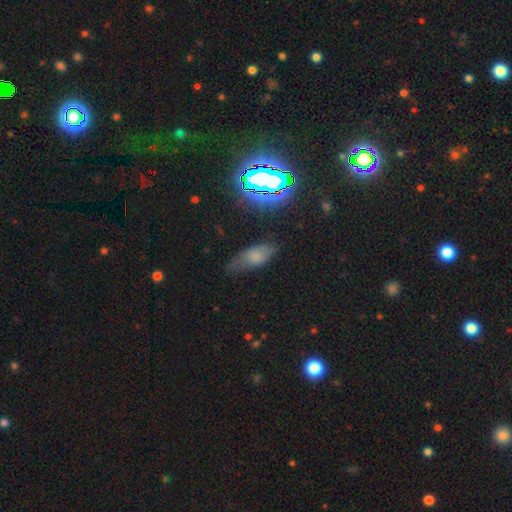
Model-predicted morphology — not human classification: type=smooth (61%); roundness=in between (82%); merging=none (58%).